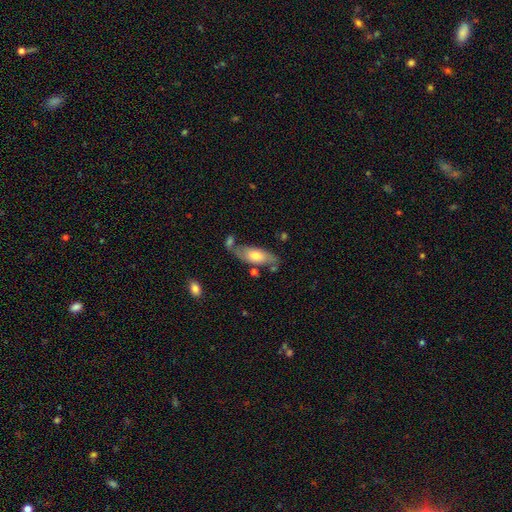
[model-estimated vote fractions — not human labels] Smooth or featured? Predicted: smooth (p=0.57). How rounded? Predicted: in between (p=0.77). Merging? Predicted: none (p=0.59).